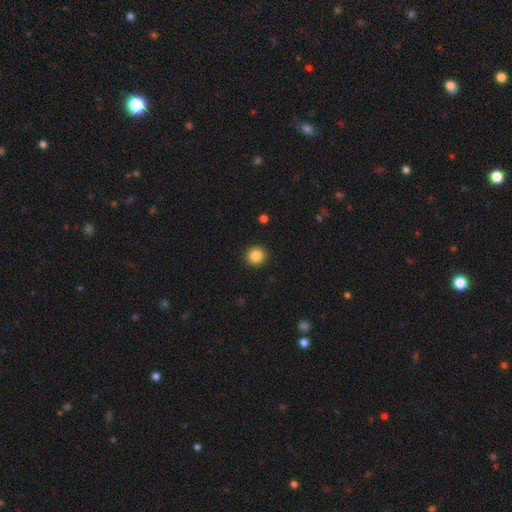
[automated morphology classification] Q: Smooth or featured?
A: smooth (86%); runner-up: star or artifact (10%)
Q: How rounded?
A: round (93%); runner-up: in between (6%)
Q: Merging?
A: none (92%); runner-up: minor disturbance (5%)